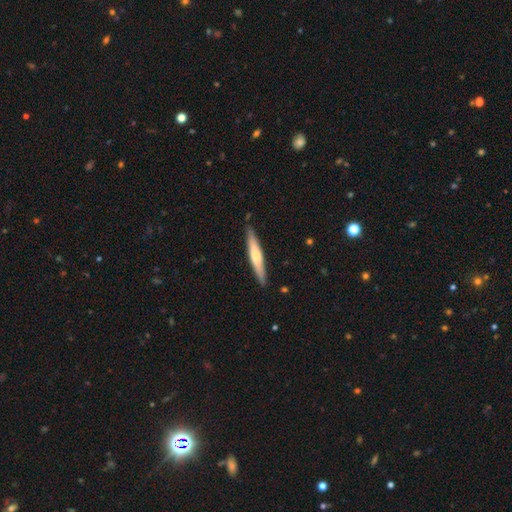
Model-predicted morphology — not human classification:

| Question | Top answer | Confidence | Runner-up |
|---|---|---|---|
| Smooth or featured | smooth | 49% | featured or disk (46%) |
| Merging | none | 89% | minor disturbance (9%) |